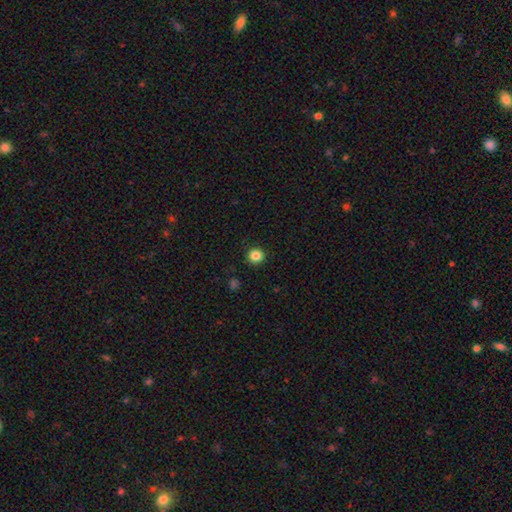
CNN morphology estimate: Smooth or featured? smooth (85%)
How rounded? round (94%)
Merging? none (93%)